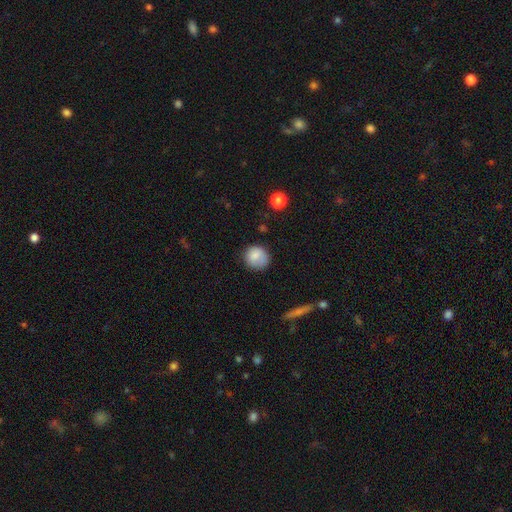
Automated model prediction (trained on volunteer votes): Q: Smooth or featured?
A: smooth (83%); runner-up: star or artifact (8%)
Q: How rounded?
A: round (85%); runner-up: in between (14%)
Q: Merging?
A: none (71%); runner-up: minor disturbance (21%)